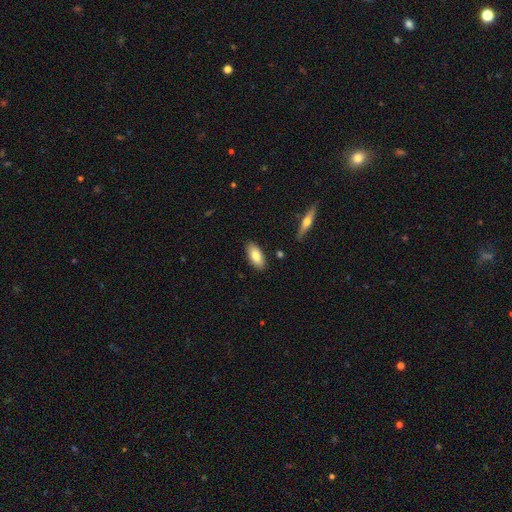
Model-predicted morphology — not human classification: The model was most divided on "smooth or featured": smooth: 79%, featured or disk: 15%, star or artifact: 6%. More confident: how rounded — in between (88%); merging — none (86%).